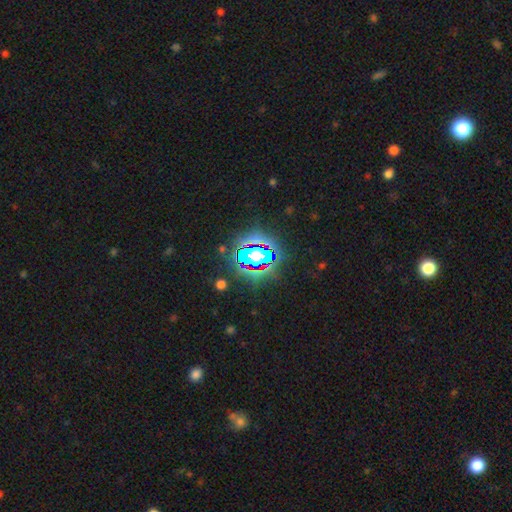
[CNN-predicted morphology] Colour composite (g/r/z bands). It shows a star or artifact, not a galaxy (63%).